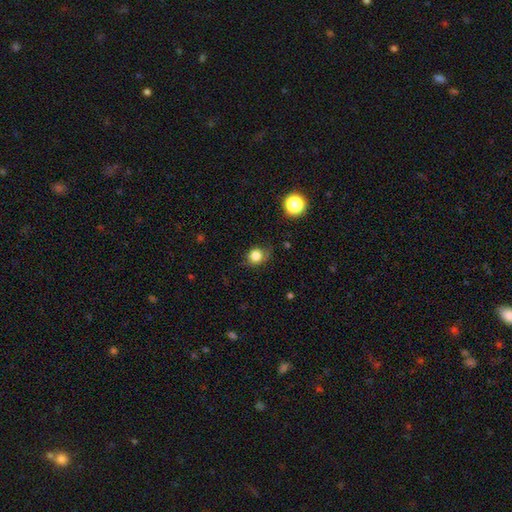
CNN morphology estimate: Overall: smooth (81%). How rounded: round (76%). Merging: none (72%).